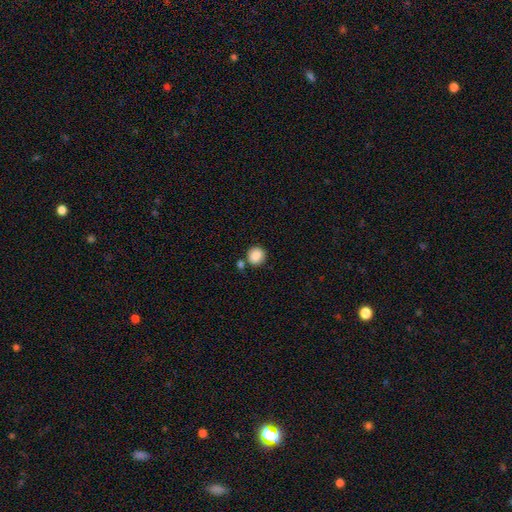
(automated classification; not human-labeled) Smooth or featured?
  - smooth: 88% *
  - star or artifact: 8%
  - featured or disk: 4%
How rounded?
  - round: 88% *
  - in between: 11%
  - cigar-shaped: 1%
Merging?
  - none: 75% *
  - merger: 12%
  - minor disturbance: 10%
  - major disturbance: 3%